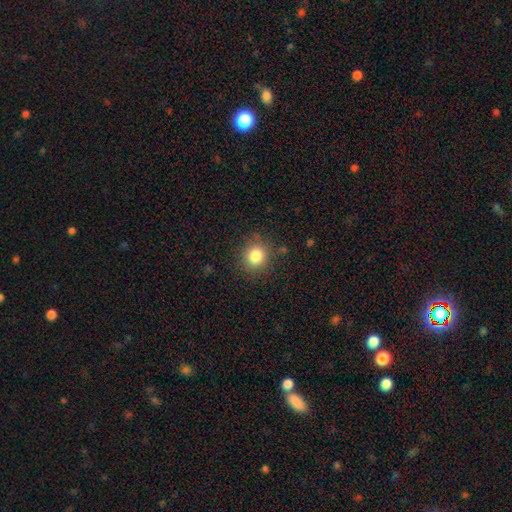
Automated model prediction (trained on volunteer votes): A smooth galaxy with no disk features (82%) that is round (84%).

Vote fractions:
- Smooth or featured? smooth: 82% / star or artifact: 12% / featured or disk: 6%
- How rounded? round: 84% / in between: 15% / cigar-shaped: 1%
- Merging? none: 84% / minor disturbance: 10% / major disturbance: 4% / merger: 2%